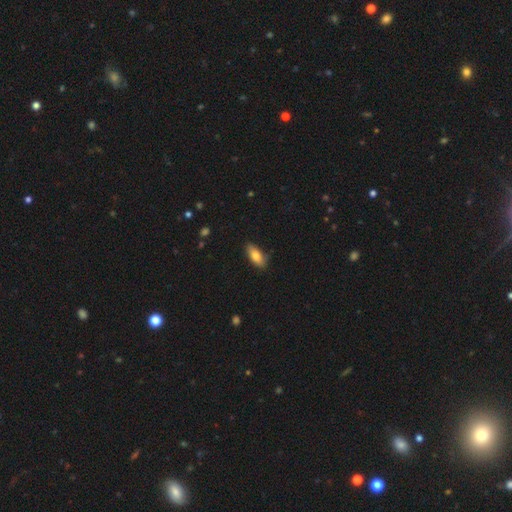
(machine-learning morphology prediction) Smooth or featured?
  - smooth: 77% *
  - featured or disk: 16%
  - star or artifact: 7%
How rounded?
  - in between: 81% *
  - cigar-shaped: 16%
  - round: 3%
Merging?
  - none: 80% *
  - minor disturbance: 16%
  - major disturbance: 2%
  - merger: 1%